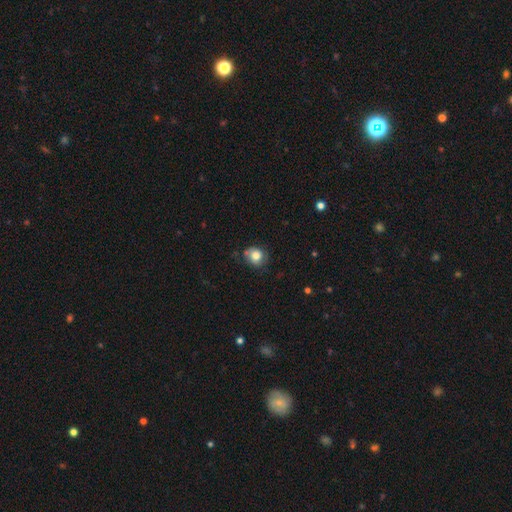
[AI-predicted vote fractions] Smooth or featured? Predicted: smooth (p=0.76). How rounded? Predicted: round (p=0.71). Merging? Predicted: none (p=0.63).